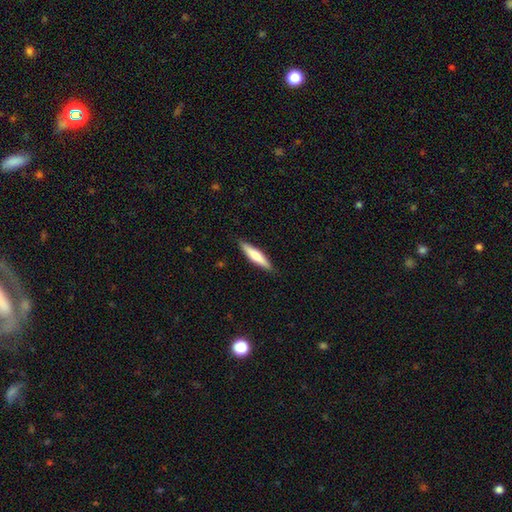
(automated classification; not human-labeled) smooth_or_featured: smooth (p=0.63) [alt: featured or disk p=0.32]
how_rounded: cigar-shaped (p=0.82) [alt: in between p=0.17]
merging: none (p=0.88) [alt: minor disturbance p=0.09]